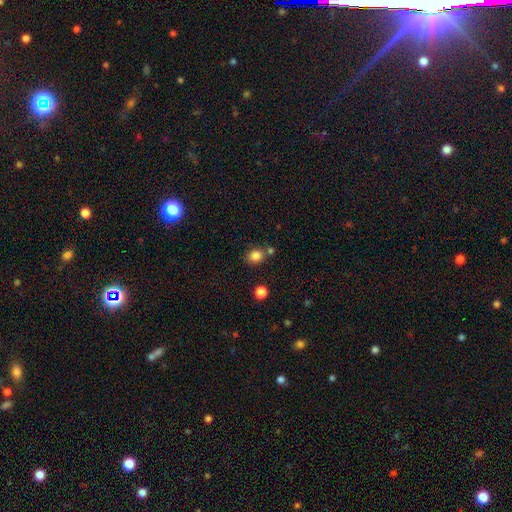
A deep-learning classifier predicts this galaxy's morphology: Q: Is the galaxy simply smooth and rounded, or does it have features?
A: smooth — 84%.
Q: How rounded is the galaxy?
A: round — 63%.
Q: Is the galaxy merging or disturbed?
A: none — 71%.